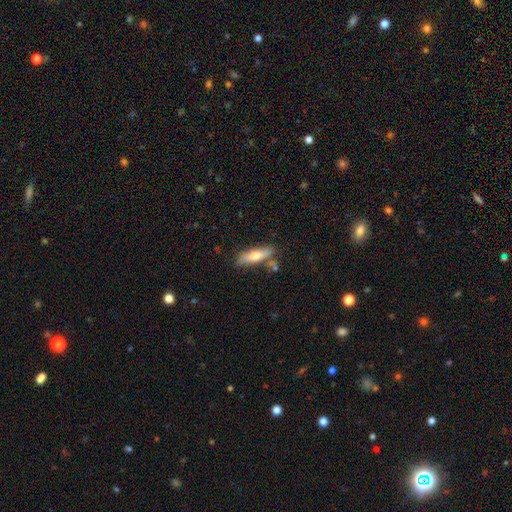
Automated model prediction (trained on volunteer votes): smooth 66%, featured or disk 28%, star or artifact 6%. Down the decision tree: how rounded — cigar-shaped (58%); merging — none (72%).